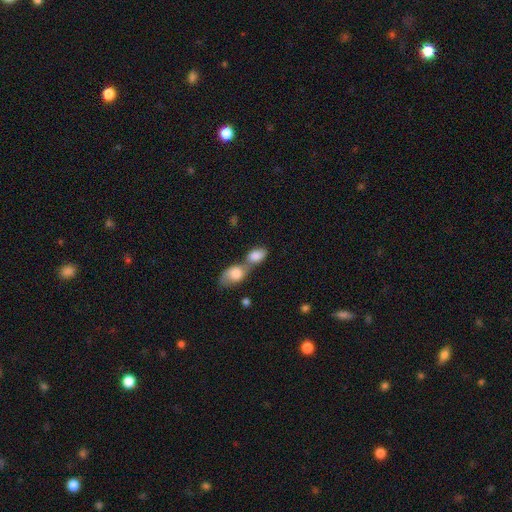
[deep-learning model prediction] smooth_or_featured: smooth (p=0.82) [alt: featured or disk p=0.12]
how_rounded: in between (p=0.85) [alt: round p=0.11]
merging: merger (p=0.76) [alt: none p=0.15]